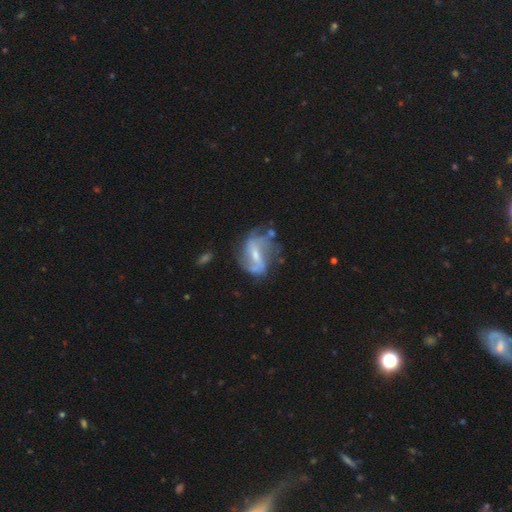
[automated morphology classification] type=featured or disk (76%); edge-on=no (96%); bar=weak (46%); spiral arms=yes (81%); winding=loose (47%); arm count=2 (66%); bulge=small (49%); merging=none (48%).